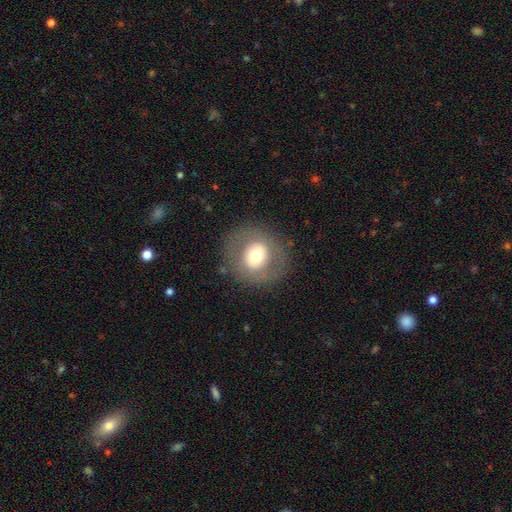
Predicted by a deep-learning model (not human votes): Smooth or featured: smooth — 59% (featured or disk — 31%)
How rounded: round — 87% (in between — 12%)
Merging: none — 82% (minor disturbance — 9%)